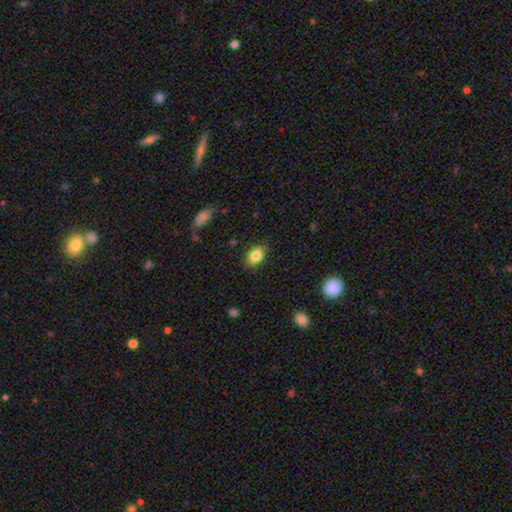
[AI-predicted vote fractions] This is clearly a smooth galaxy (84%). How rounded: clearly in between (84%). Merging: clearly none (82%).